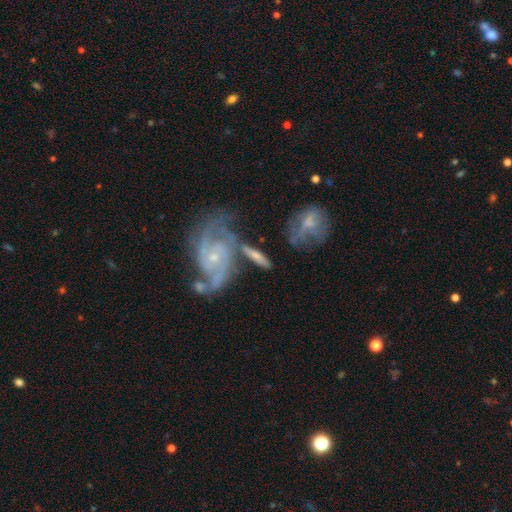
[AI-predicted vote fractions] A featured or disk galaxy (59%). Merging: none (50%).